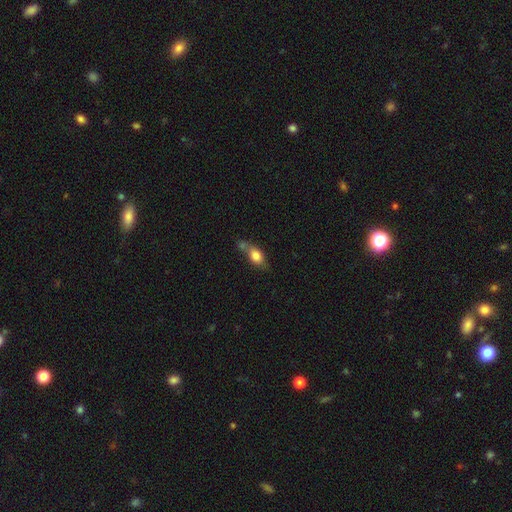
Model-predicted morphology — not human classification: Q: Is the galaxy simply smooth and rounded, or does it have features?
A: smooth — 73%.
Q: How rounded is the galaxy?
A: in between — 72%.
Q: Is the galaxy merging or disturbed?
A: merger — 36%.